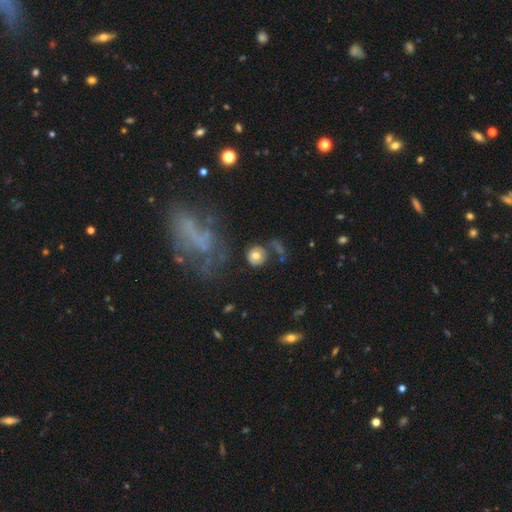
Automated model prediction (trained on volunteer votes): smooth_or_featured: smooth (p=0.70) [alt: featured or disk p=0.21]
how_rounded: round (p=0.88) [alt: in between p=0.11]
merging: none (p=0.62) [alt: minor disturbance p=0.15]